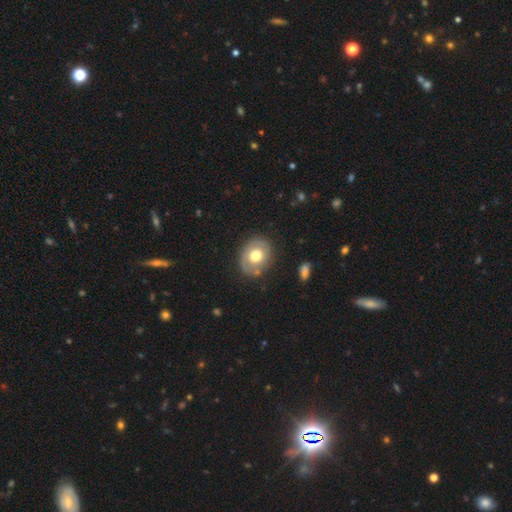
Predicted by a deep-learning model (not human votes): The model was most divided on "how rounded": round: 60%, in between: 39%, cigar-shaped: 1%. More confident: merging — none (78%); smooth or featured — smooth (57%).